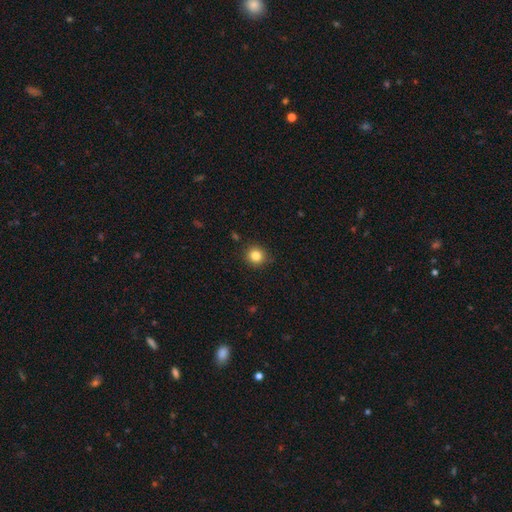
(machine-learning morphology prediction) smooth 84%, star or artifact 11%, featured or disk 5%. Down the decision tree: how rounded — round (91%); merging — none (89%).